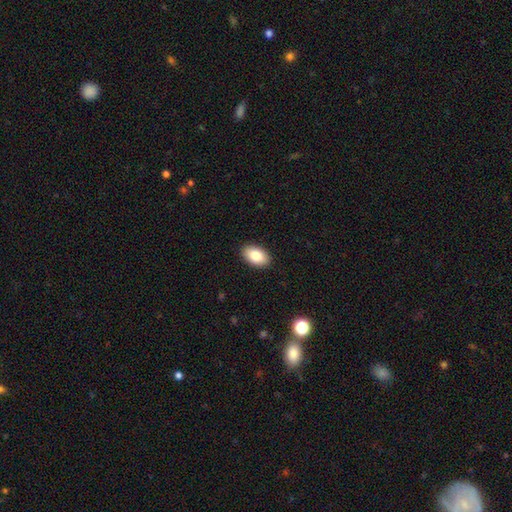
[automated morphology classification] A smooth galaxy with no disk features (84%) that is in between round and cigar-shaped (93%).

Vote fractions:
- Smooth or featured? smooth: 84% / featured or disk: 9% / star or artifact: 7%
- How rounded? in between: 93% / round: 6% / cigar-shaped: 1%
- Merging? none: 90% / minor disturbance: 7% / major disturbance: 2% / merger: 1%